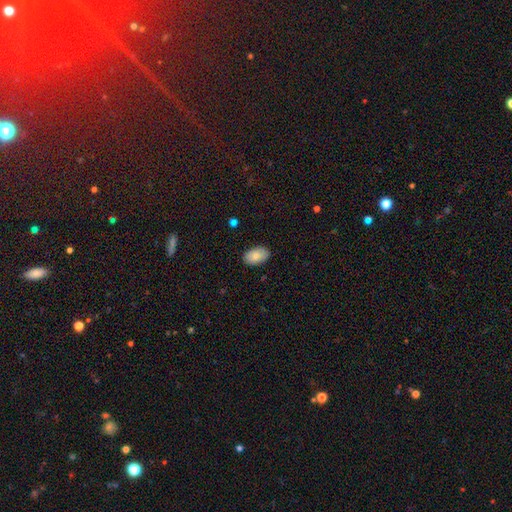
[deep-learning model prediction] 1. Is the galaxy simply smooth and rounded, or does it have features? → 84% smooth, 10% featured or disk, 6% star or artifact.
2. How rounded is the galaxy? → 92% in between, 7% round, 1% cigar-shaped.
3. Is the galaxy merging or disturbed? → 86% none, 11% minor disturbance, 2% major disturbance, 1% merger.